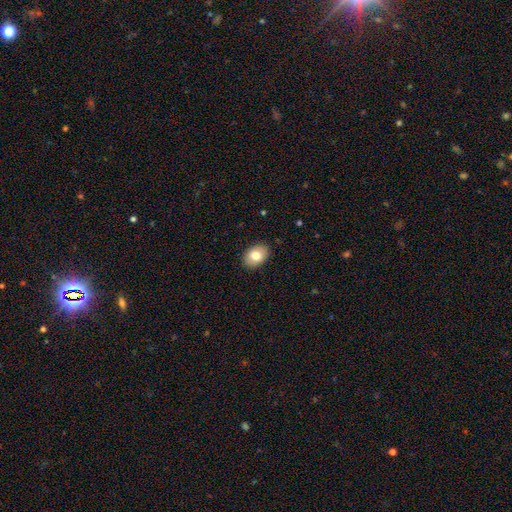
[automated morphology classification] Smooth or featured: smooth — 78% (featured or disk — 14%)
How rounded: in between — 81% (round — 18%)
Merging: none — 89% (minor disturbance — 8%)